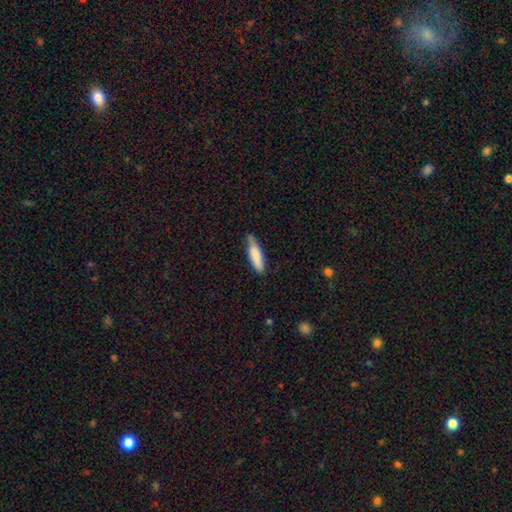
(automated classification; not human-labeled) A smooth galaxy with no disk features (79%) that is cigar-shaped (66%). Merging: none (68%).